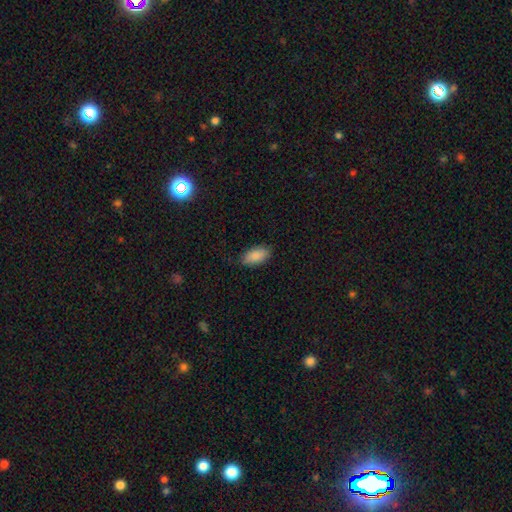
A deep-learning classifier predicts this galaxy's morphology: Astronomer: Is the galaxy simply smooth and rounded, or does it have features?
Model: smooth — 89%.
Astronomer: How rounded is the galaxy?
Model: in between — 92%.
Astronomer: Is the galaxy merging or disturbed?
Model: none — 83%.